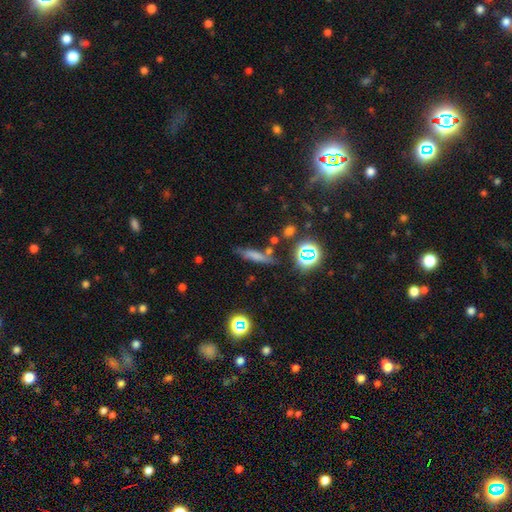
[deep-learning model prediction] Smooth or featured? smooth (62%)
How rounded? cigar-shaped (76%)
Merging? none (67%)